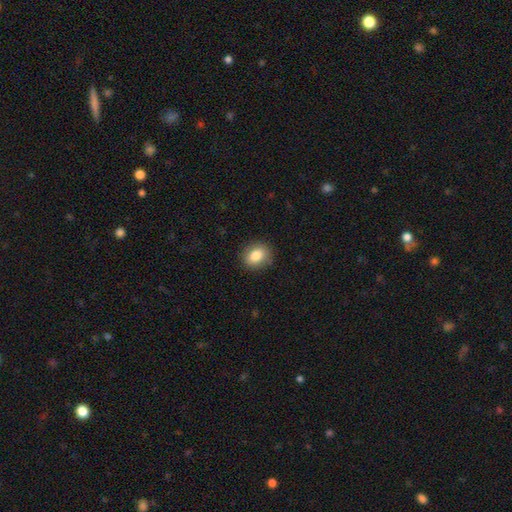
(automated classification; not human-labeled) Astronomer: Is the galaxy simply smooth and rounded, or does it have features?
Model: smooth — 83%.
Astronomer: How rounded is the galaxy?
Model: round — 51% (runner-up: in between, 48%).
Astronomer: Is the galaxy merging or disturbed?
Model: none — 86%.